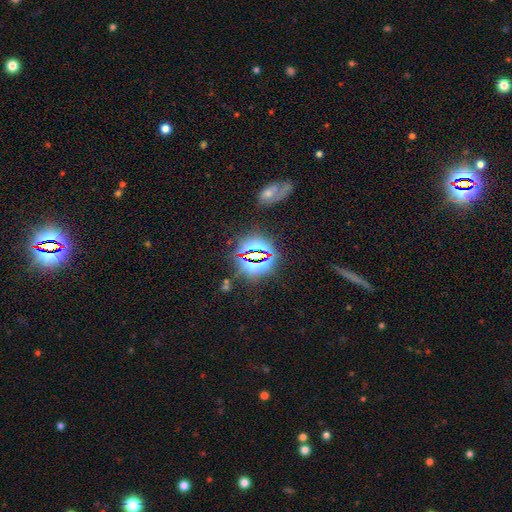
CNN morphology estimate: Smooth or featured: star or artifact — 73% (smooth — 18%)